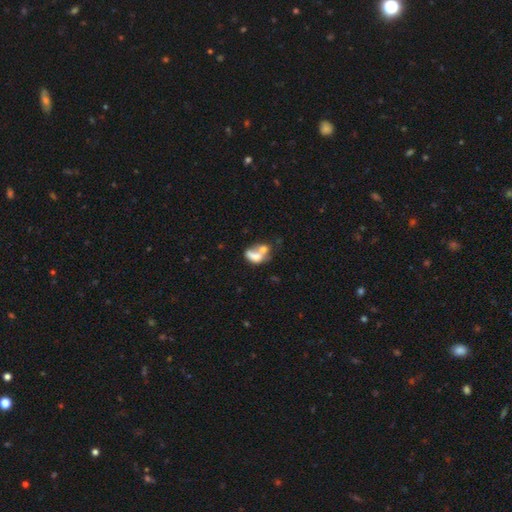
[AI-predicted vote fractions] smooth-or-featured: smooth: 58% | featured or disk: 32% | star or artifact: 11%
  how-rounded: in between: 76% | round: 20% | cigar-shaped: 4%
  merging: merger: 61% | none: 17% | major disturbance: 12% | minor disturbance: 9%